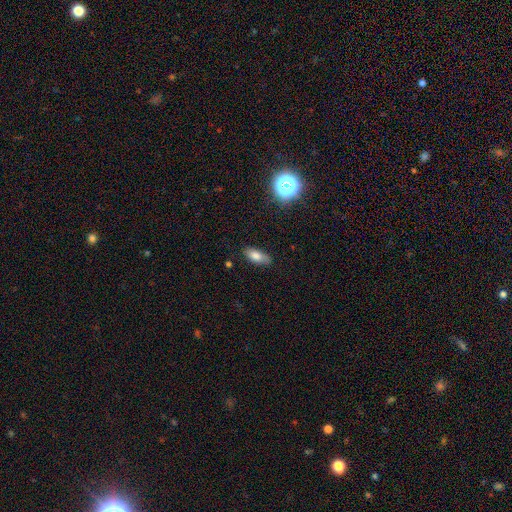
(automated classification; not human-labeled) Q: Smooth or featured?
A: smooth (79%); runner-up: featured or disk (11%)
Q: How rounded?
A: in between (79%); runner-up: cigar-shaped (17%)
Q: Merging?
A: none (76%); runner-up: minor disturbance (18%)